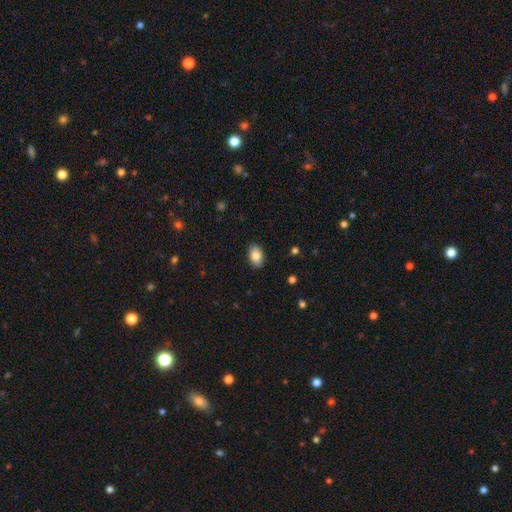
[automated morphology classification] Smooth or featured? Predicted: smooth (p=0.86). How rounded? Predicted: in between (p=0.90). Merging? Predicted: none (p=0.89).